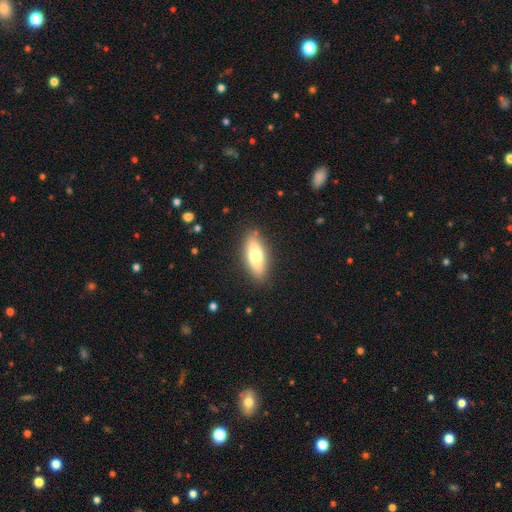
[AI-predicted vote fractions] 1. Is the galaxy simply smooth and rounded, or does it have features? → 70% smooth, 24% featured or disk, 6% star or artifact.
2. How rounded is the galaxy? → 70% in between, 28% cigar-shaped, 3% round.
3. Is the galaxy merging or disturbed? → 85% none, 11% minor disturbance, 3% major disturbance, 1% merger.